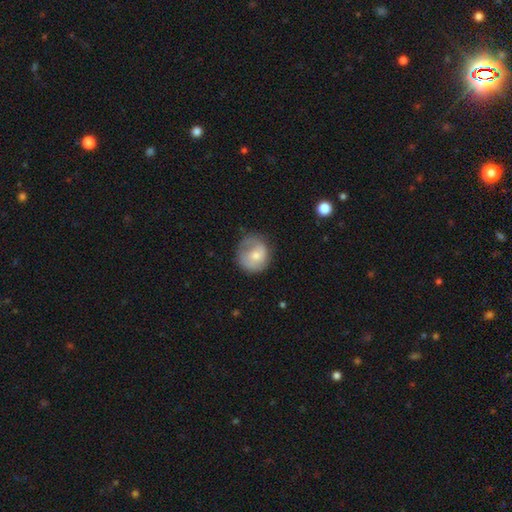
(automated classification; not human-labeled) smooth_or_featured: smooth (p=0.60) [alt: featured or disk p=0.33]
how_rounded: round (p=0.82) [alt: in between p=0.17]
merging: none (p=0.54) [alt: minor disturbance p=0.28]